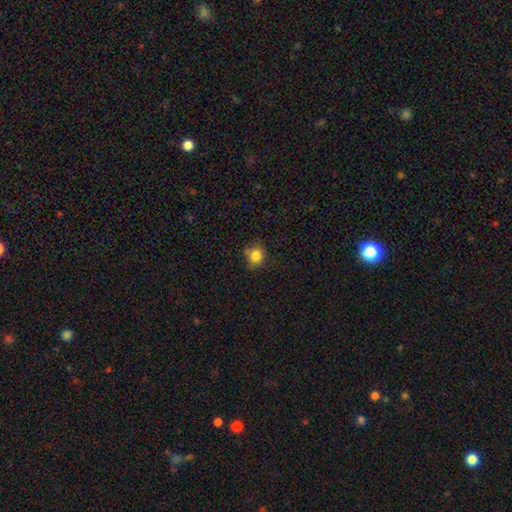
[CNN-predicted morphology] smooth-or-featured: smooth: 82% | star or artifact: 11% | featured or disk: 7%
  how-rounded: round: 68% | in between: 31% | cigar-shaped: 1%
  merging: none: 64% | minor disturbance: 25% | major disturbance: 6% | merger: 5%